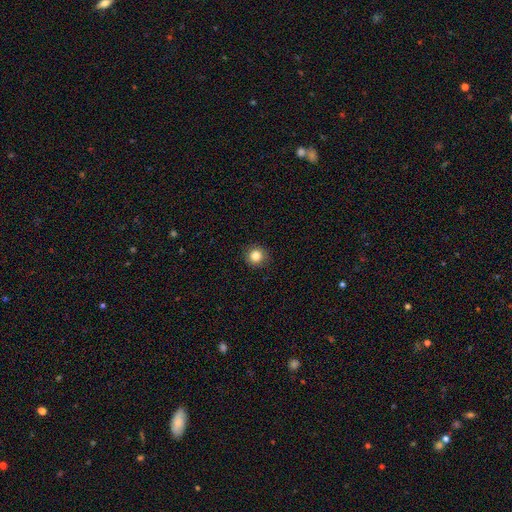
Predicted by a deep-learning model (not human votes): This is clearly a smooth galaxy (84%). How rounded: clearly round (93%). Merging: clearly none (90%).